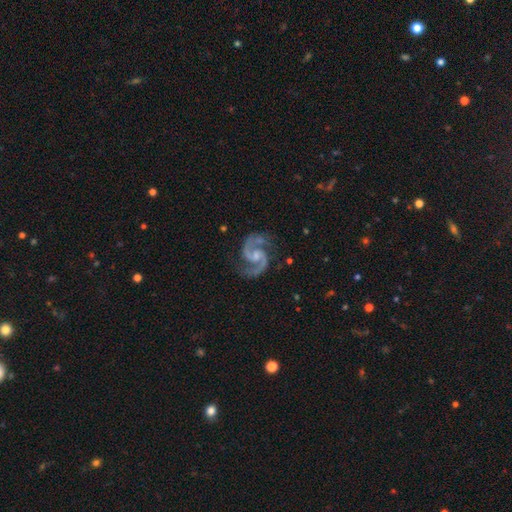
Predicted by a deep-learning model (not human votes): Smooth or featured? featured or disk (94%)
Edge-on disk? no (98%)
Bar? no (49%)
Spiral arms? yes (99%)
Spiral winding? medium (68%)
Spiral arm count? 2 (94%)
Bulge size? small (43%)
Merging? none (78%)